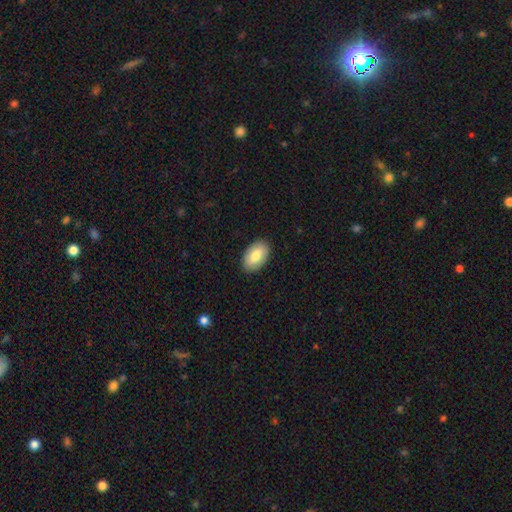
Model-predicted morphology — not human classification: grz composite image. It shows a smooth galaxy with no disk features (76%) that is in between round and cigar-shaped (93%). Merging: none (89%).